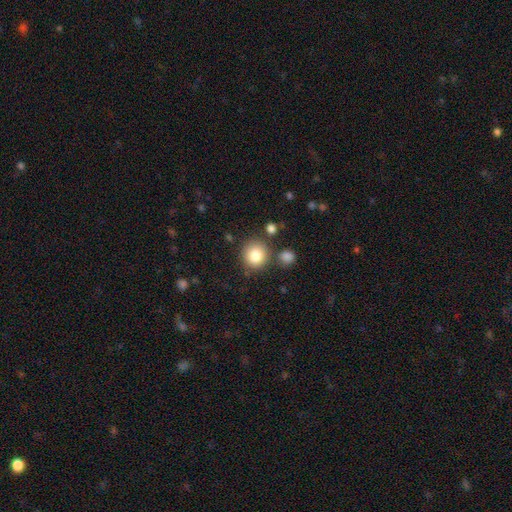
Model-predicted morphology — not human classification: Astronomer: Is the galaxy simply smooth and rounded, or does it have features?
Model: smooth — 84%.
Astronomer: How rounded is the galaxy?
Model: round — 89%.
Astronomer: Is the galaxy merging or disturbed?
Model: none — 77%.